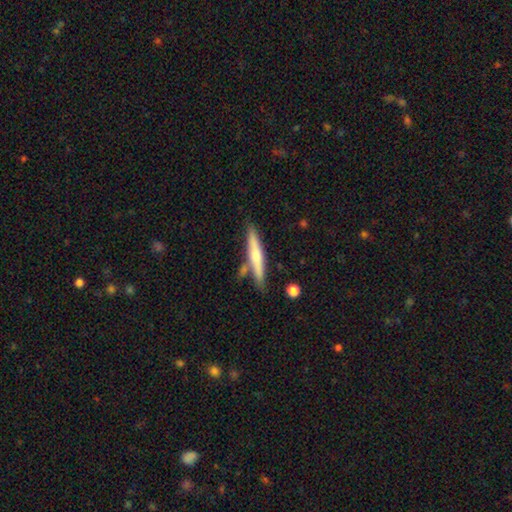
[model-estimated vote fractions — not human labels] featured or disk 47% (tied), smooth 47% (tied), star or artifact 6%. Down the decision tree: merging — none (77%).